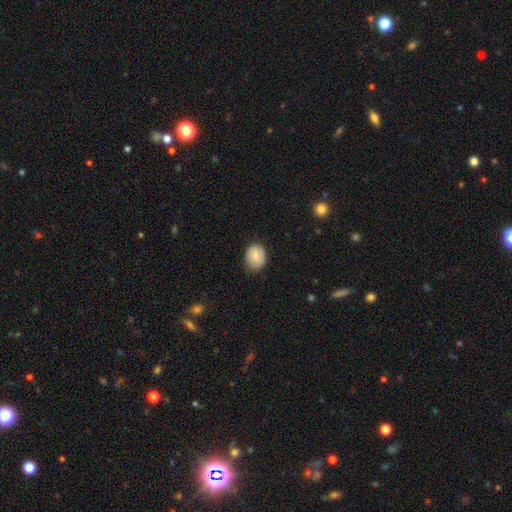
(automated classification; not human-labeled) Smooth or featured: smooth — 77% (featured or disk — 15%)
How rounded: in between — 54% (round — 45%)
Merging: none — 71% (minor disturbance — 24%)